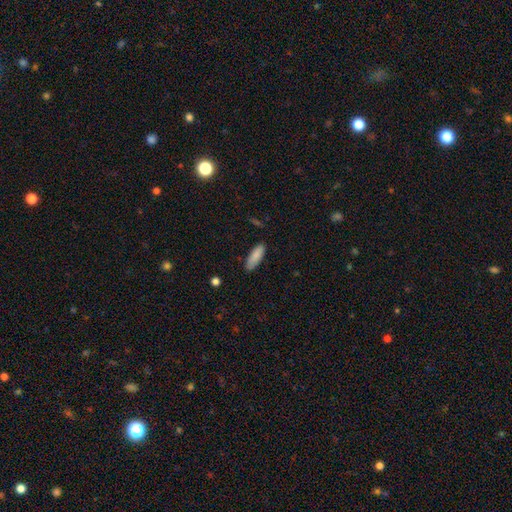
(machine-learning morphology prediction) type=smooth (87%); roundness=in between (56%); merging=none (84%).